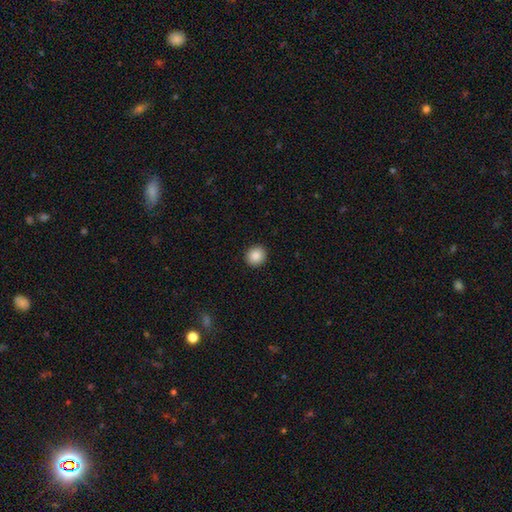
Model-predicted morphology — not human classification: smooth 88%, star or artifact 9%, featured or disk 3%. Down the decision tree: how rounded — round (88%); merging — none (92%).